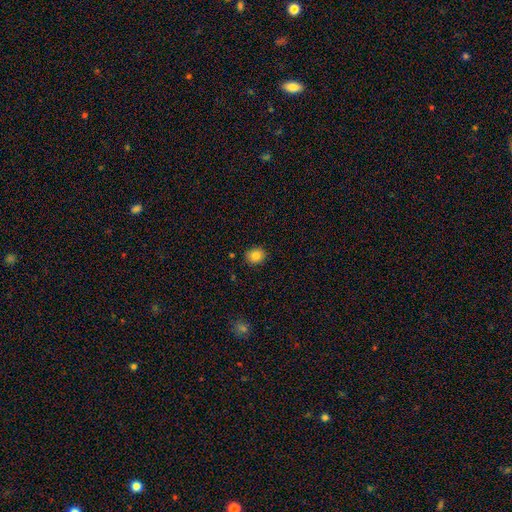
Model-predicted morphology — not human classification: A smooth galaxy with no disk features (84%) that is round (72%). Merging: none (89%).